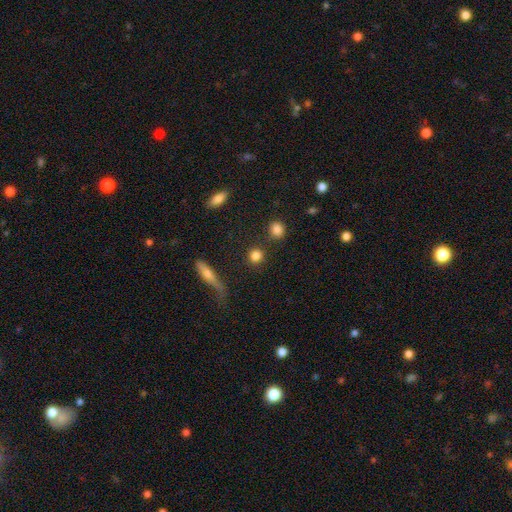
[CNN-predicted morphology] Smooth or featured?
  - smooth: 84% *
  - star or artifact: 10%
  - featured or disk: 6%
How rounded?
  - round: 89% *
  - in between: 9%
  - cigar-shaped: 3%
Merging?
  - none: 85% *
  - minor disturbance: 7%
  - merger: 6%
  - major disturbance: 3%